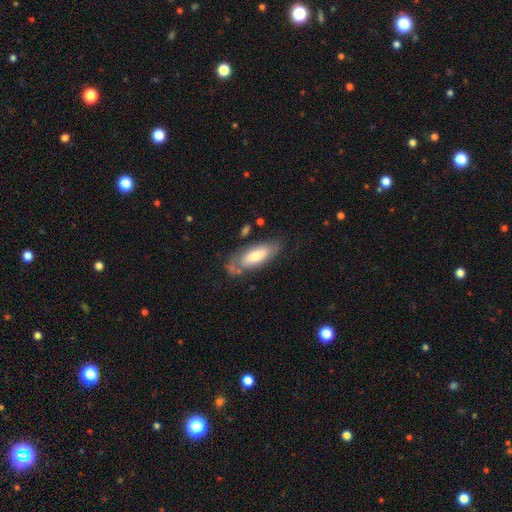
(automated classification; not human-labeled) smooth_or_featured: smooth (p=0.53) [alt: featured or disk p=0.41]
how_rounded: in between (p=0.76) [alt: cigar-shaped p=0.22]
merging: none (p=0.62) [alt: minor disturbance p=0.23]